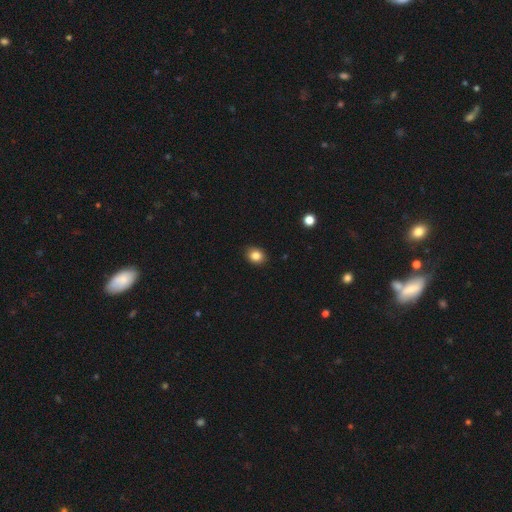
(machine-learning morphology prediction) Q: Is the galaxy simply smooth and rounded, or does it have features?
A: smooth — 84%.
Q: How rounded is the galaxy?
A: round — 55%.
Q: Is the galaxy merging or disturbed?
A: none — 89%.